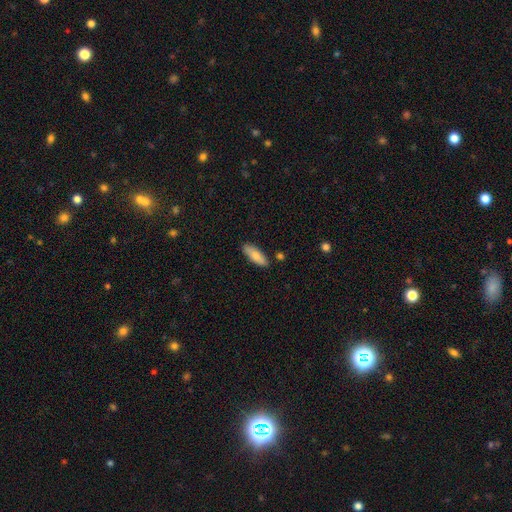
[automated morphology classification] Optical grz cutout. It shows a smooth galaxy with no disk features (82%) that is in between round and cigar-shaped (67%). Merging: none (85%).